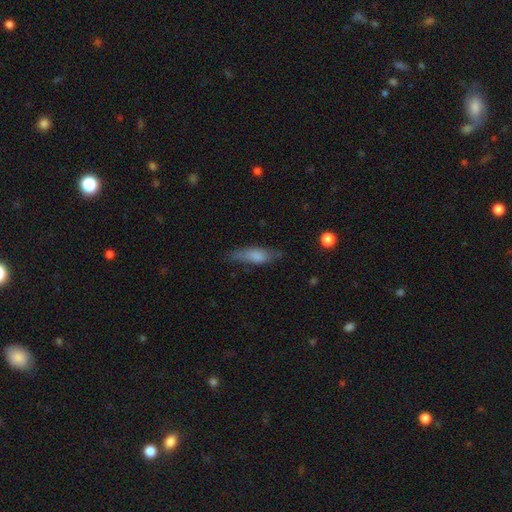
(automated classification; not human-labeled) Smooth or featured: smooth — 69% (featured or disk — 23%)
How rounded: in between — 49% (tied with cigar-shaped — 49%)
Merging: none — 64% (minor disturbance — 25%)